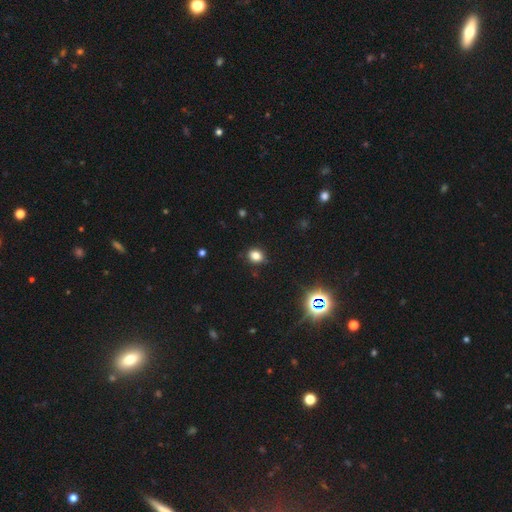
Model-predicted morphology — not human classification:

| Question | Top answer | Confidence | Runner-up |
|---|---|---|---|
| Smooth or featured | smooth | 79% | star or artifact (15%) |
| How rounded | round | 64% | in between (34%) |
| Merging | none | 85% | minor disturbance (11%) |